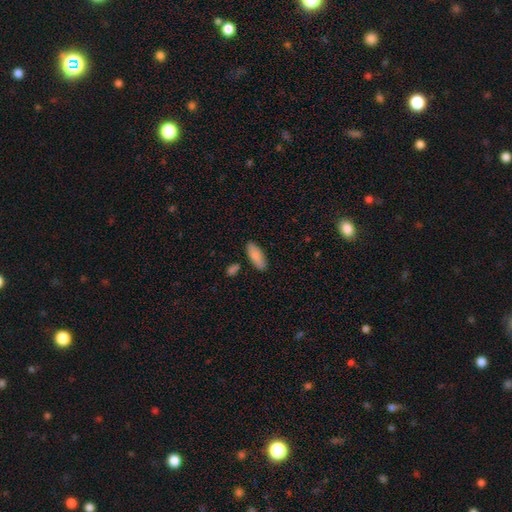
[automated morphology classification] Smooth or featured: smooth — 84% (featured or disk — 10%)
How rounded: in between — 79% (cigar-shaped — 19%)
Merging: none — 84% (minor disturbance — 11%)